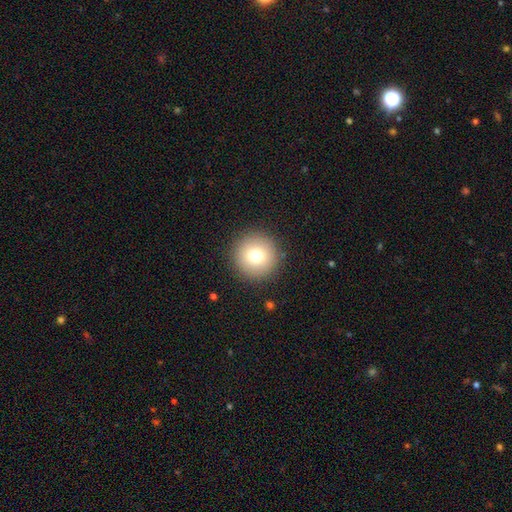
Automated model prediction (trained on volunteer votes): Smooth or featured?
  - smooth: 76% *
  - featured or disk: 13%
  - star or artifact: 11%
How rounded?
  - round: 96% *
  - in between: 3%
  - cigar-shaped: 1%
Merging?
  - none: 91% *
  - minor disturbance: 5%
  - major disturbance: 2%
  - merger: 1%